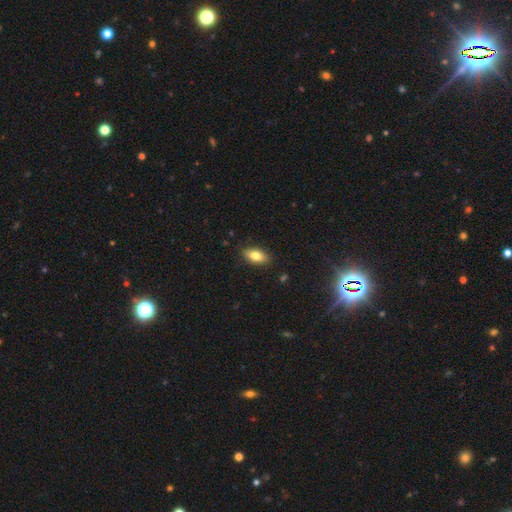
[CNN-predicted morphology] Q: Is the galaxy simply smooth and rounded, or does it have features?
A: smooth — 79%.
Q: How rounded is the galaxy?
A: in between — 89%.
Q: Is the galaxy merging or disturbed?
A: none — 87%.